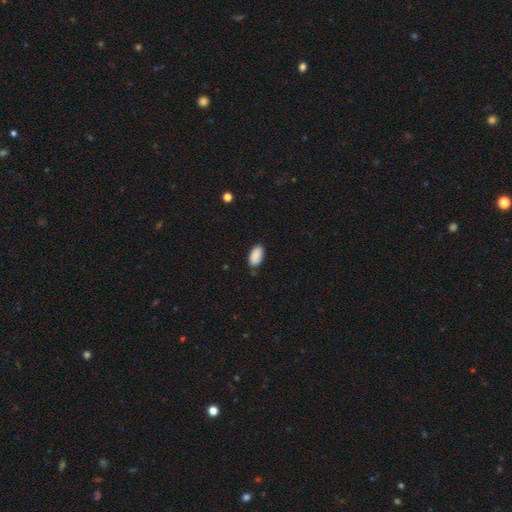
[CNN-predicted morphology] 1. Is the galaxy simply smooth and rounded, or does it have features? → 90% smooth, 7% star or artifact, 4% featured or disk.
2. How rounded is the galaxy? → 94% in between, 3% cigar-shaped, 3% round.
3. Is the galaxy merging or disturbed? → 80% none, 16% minor disturbance, 3% major disturbance, 1% merger.